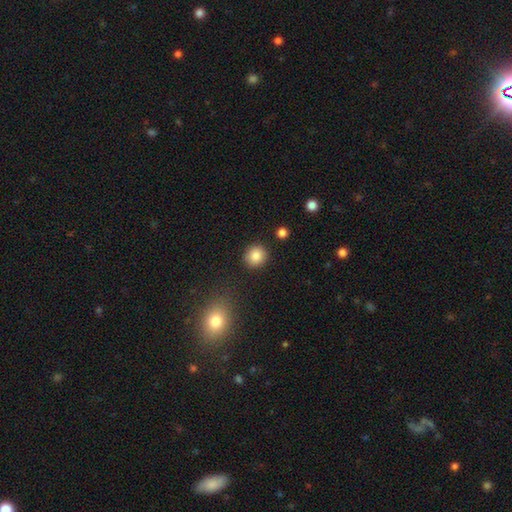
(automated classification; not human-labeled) Smooth or featured: smooth — 86% (star or artifact — 10%)
How rounded: round — 90% (in between — 9%)
Merging: none — 89% (minor disturbance — 6%)